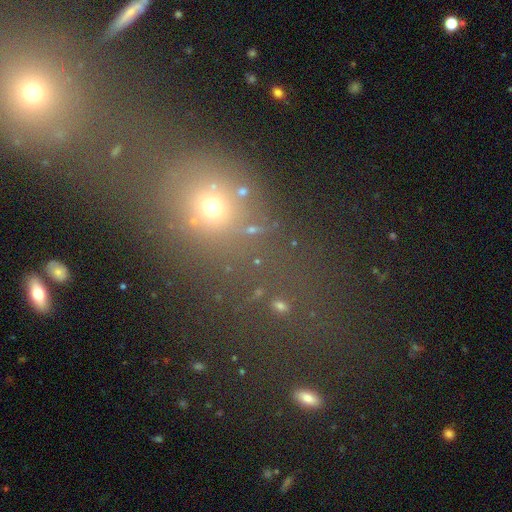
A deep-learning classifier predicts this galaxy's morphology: Overall: smooth (46%; star or artifact 39%). Merging: merger (46%; none 35%).